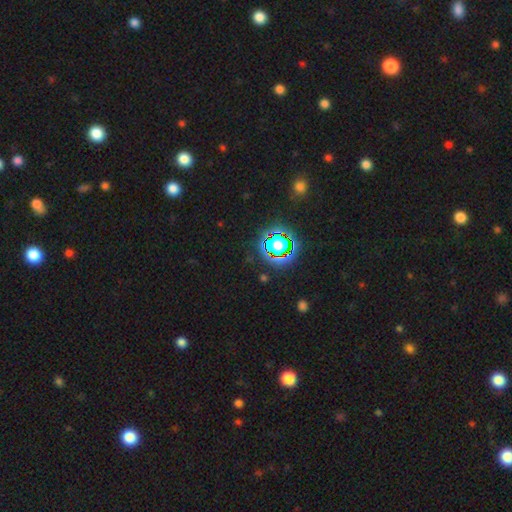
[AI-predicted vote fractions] This appears to be a star or artifact, not a galaxy (77%).